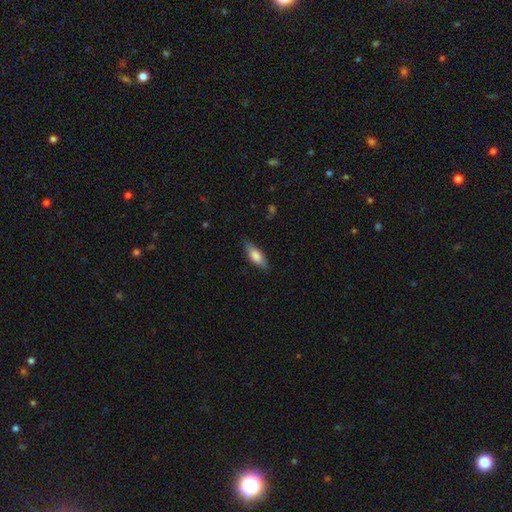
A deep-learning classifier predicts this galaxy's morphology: Smooth or featured: smooth — 75% (featured or disk — 19%)
How rounded: in between — 68% (cigar-shaped — 29%)
Merging: none — 79% (minor disturbance — 16%)